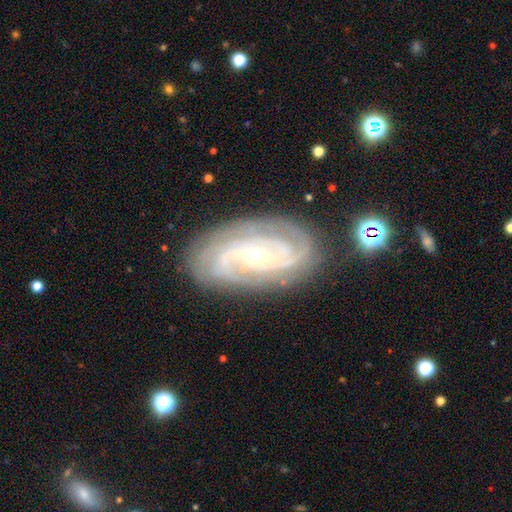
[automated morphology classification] This appears to be a featured or disk galaxy (89%) with no bar (50%), 3 (27%) tight (71%) spiral arms (98%) and a small central bulge (69%). Merging: none (81%).